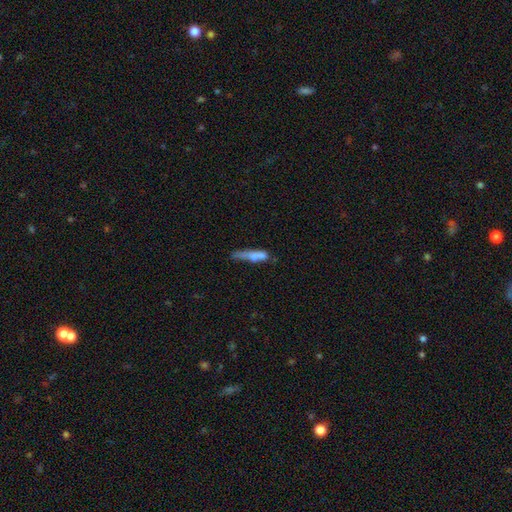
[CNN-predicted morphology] Smooth or featured? smooth (66%)
How rounded? cigar-shaped (78%)
Merging? none (37%)